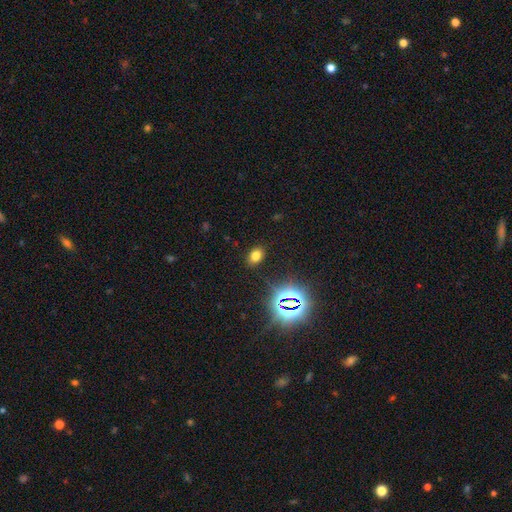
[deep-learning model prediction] A smooth galaxy with no disk features (70%) that is in between round and cigar-shaped (76%).

Vote fractions:
- Smooth or featured? smooth: 70% / star or artifact: 22% / featured or disk: 8%
- How rounded? in between: 76% / round: 22% / cigar-shaped: 1%
- Merging? none: 87% / minor disturbance: 9% / major disturbance: 3% / merger: 1%